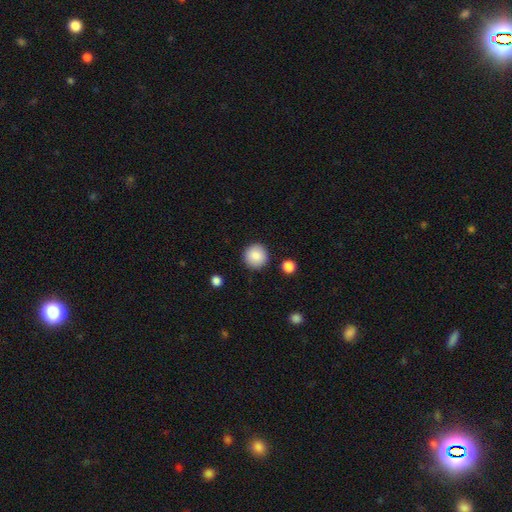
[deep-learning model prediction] The model was most divided on "smooth or featured": smooth: 87%, star or artifact: 8%, featured or disk: 5%. More confident: how rounded — round (95%); merging — none (91%).